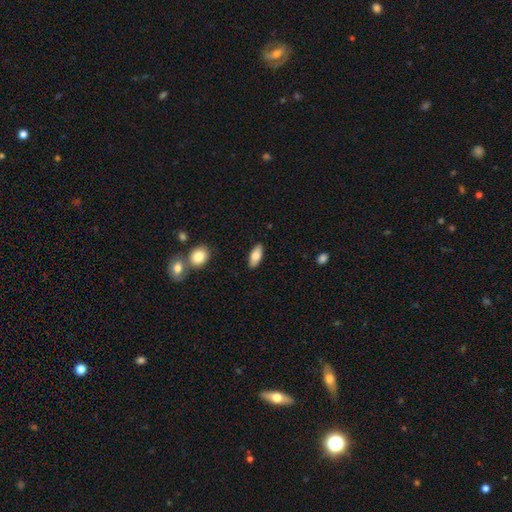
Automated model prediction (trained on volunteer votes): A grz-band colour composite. It shows a smooth galaxy with no disk features (79%) that is in between round and cigar-shaped (84%). Merging: none (88%).